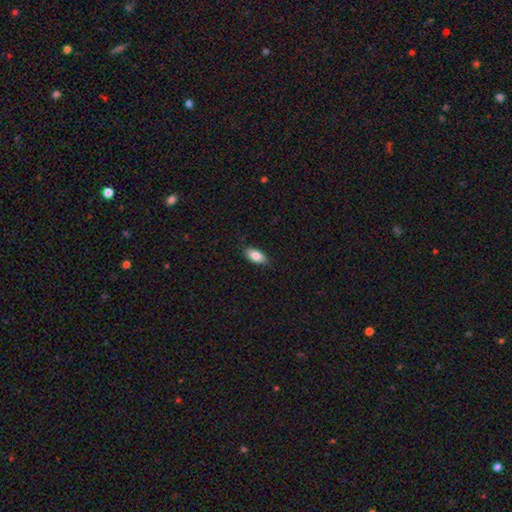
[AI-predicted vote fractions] The model was most divided on "smooth or featured": smooth: 84%, featured or disk: 9%, star or artifact: 7%. More confident: how rounded — in between (90%); merging — none (86%).